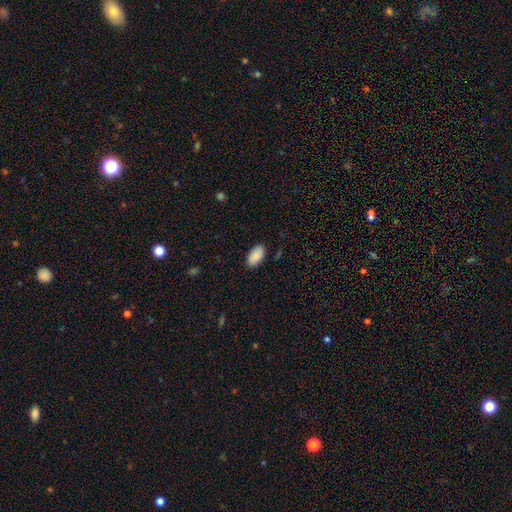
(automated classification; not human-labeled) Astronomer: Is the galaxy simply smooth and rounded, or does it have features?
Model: smooth — 89%.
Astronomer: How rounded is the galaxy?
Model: in between — 95%.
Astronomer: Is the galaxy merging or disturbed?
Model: none — 87%.